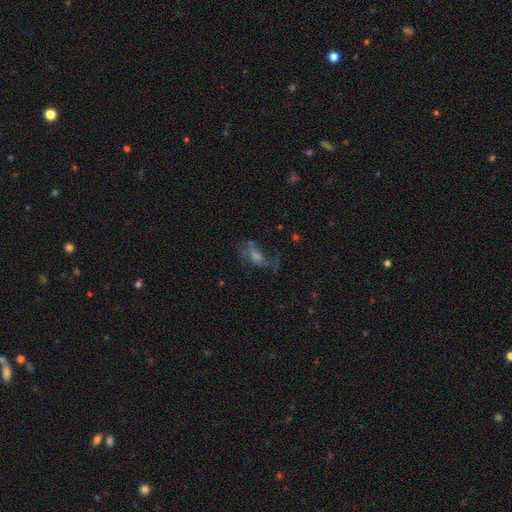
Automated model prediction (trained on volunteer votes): A featured or disk galaxy (53%). Merging: none (49%).